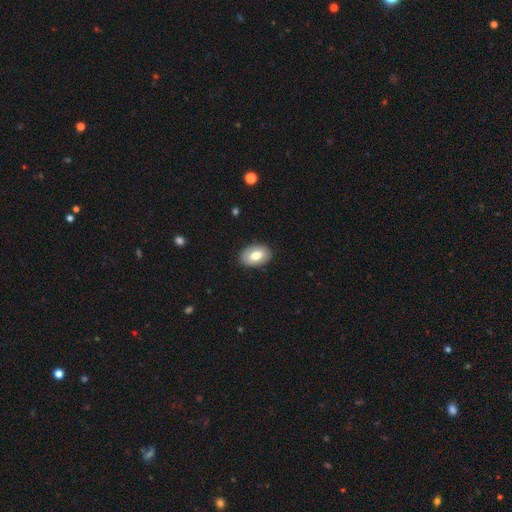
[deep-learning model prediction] Smooth or featured? Predicted: smooth (p=0.65). How rounded? Predicted: in between (p=0.87). Merging? Predicted: none (p=0.85).